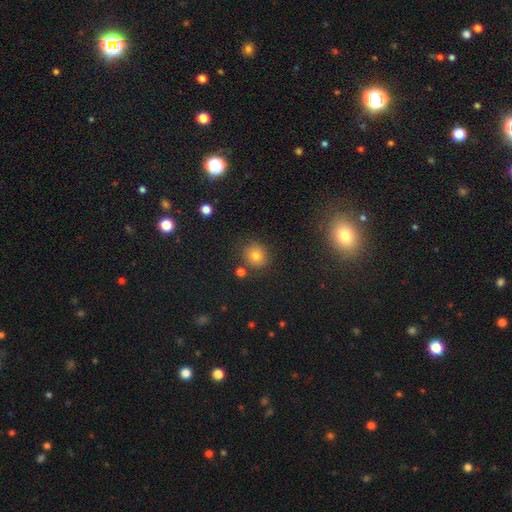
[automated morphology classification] type=smooth (76%); roundness=round (85%); merging=none (82%).